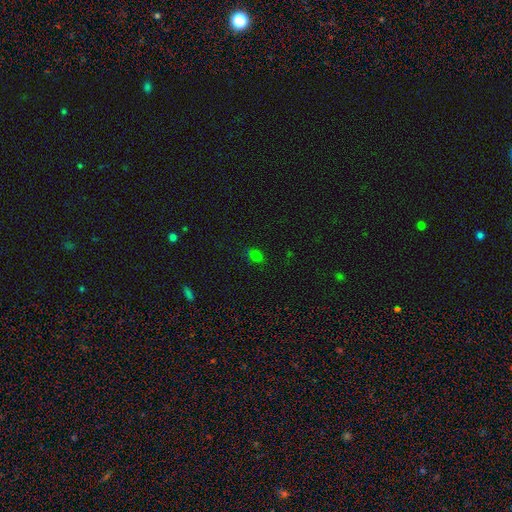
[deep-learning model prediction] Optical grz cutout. It shows a smooth galaxy with no disk features (73%) that is in between round and cigar-shaped (59%). Merging: none (79%).